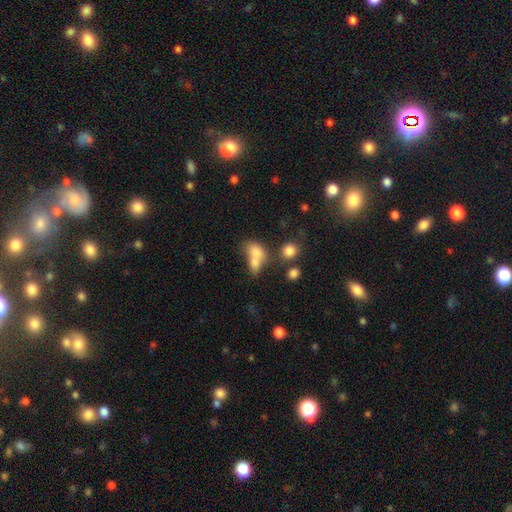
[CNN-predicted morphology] smooth 74%, featured or disk 15%, star or artifact 11%. Down the decision tree: how rounded — in between (74%); merging — merger (63%).